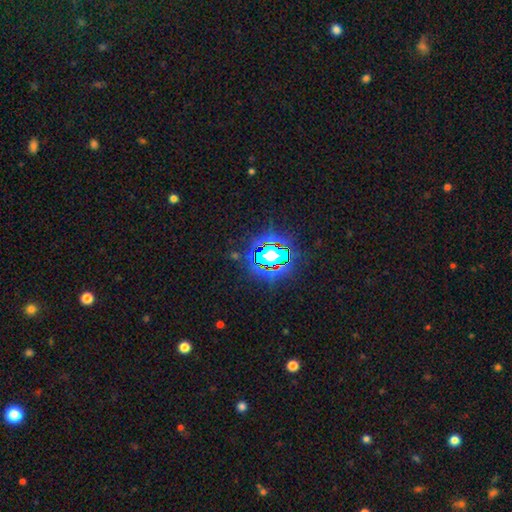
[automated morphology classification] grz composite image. It shows a star or artifact, not a galaxy (84%).